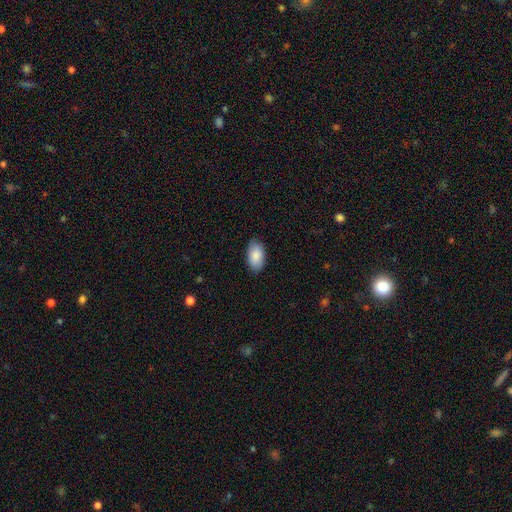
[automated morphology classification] Q: Smooth or featured?
A: smooth (88%); runner-up: star or artifact (6%)
Q: How rounded?
A: in between (95%); runner-up: round (4%)
Q: Merging?
A: none (85%); runner-up: minor disturbance (12%)